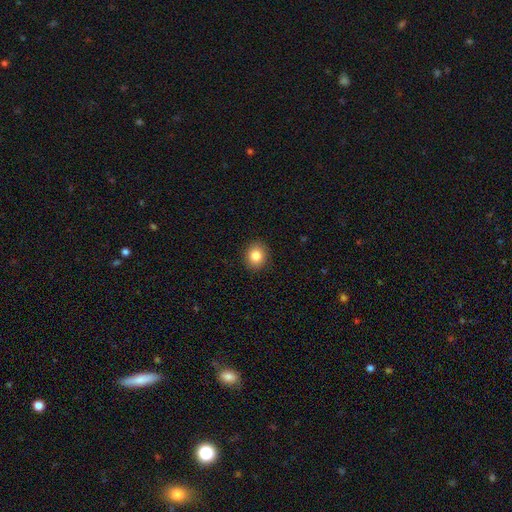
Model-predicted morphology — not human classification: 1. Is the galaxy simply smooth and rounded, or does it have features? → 84% smooth, 9% star or artifact, 7% featured or disk.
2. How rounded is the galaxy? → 70% round, 29% in between, 1% cigar-shaped.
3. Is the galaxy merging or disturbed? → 90% none, 7% minor disturbance, 2% major disturbance, 1% merger.